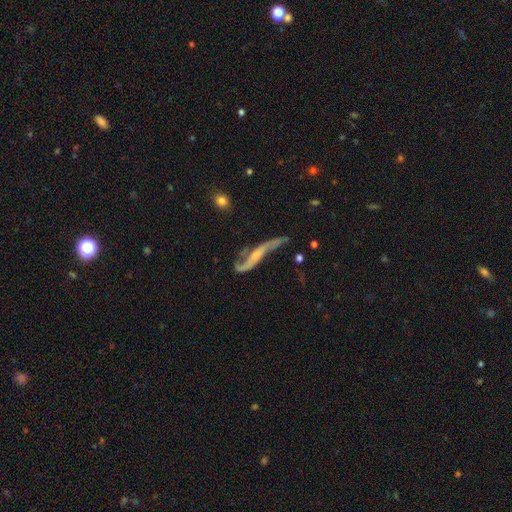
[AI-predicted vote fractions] Smooth or featured? Predicted: featured or disk (p=0.74). Edge-on disk? Predicted: no (p=0.67). Merging? Predicted: none (p=0.37).